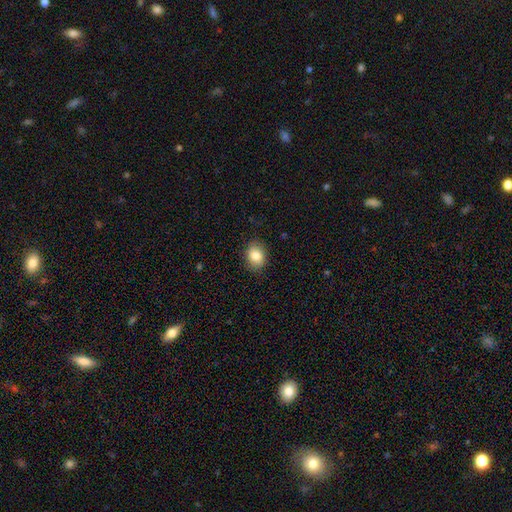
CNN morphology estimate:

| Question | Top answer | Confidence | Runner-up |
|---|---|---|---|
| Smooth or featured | smooth | 83% | featured or disk (9%) |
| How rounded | in between | 60% | round (39%) |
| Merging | none | 86% | minor disturbance (10%) |